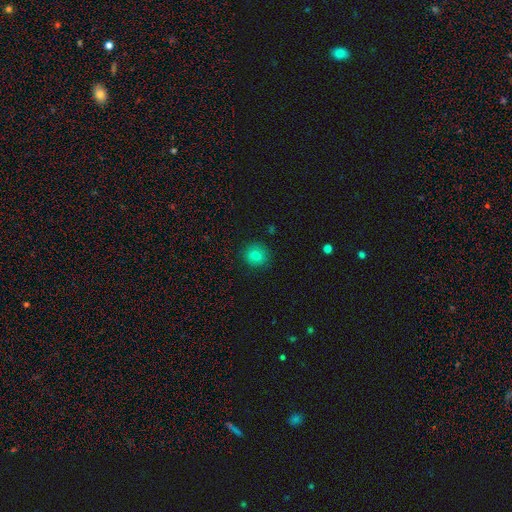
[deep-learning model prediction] Overall: smooth (81%). How rounded: round (84%). Merging: none (87%).